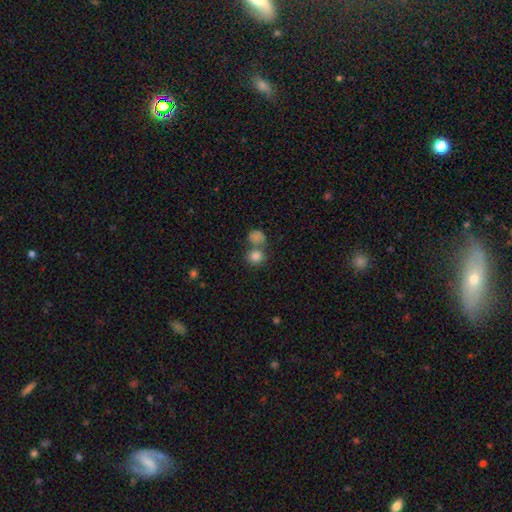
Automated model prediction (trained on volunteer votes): A smooth galaxy with no disk features (83%) that is round (82%).

Vote fractions:
- Smooth or featured? smooth: 83% / star or artifact: 11% / featured or disk: 7%
- How rounded? round: 82% / in between: 17% / cigar-shaped: 1%
- Merging? none: 50% / merger: 37% / minor disturbance: 8% / major disturbance: 4%